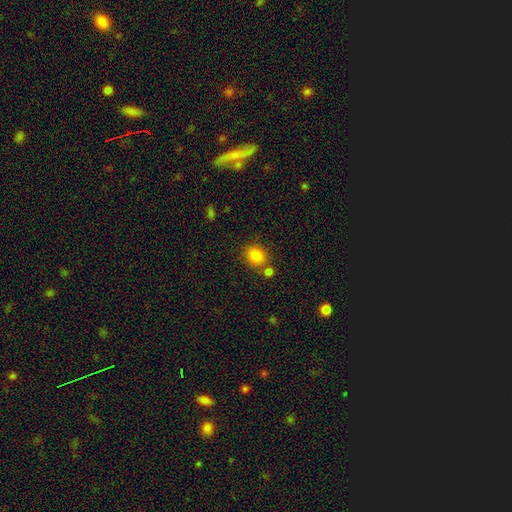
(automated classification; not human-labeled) Smooth or featured: smooth — 84% (star or artifact — 10%)
How rounded: round — 59% (in between — 40%)
Merging: none — 71% (merger — 15%)